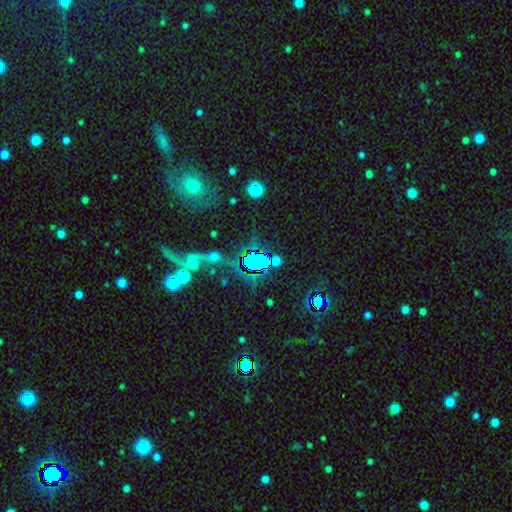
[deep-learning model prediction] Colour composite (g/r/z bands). It shows a star or artifact, not a galaxy (57%).